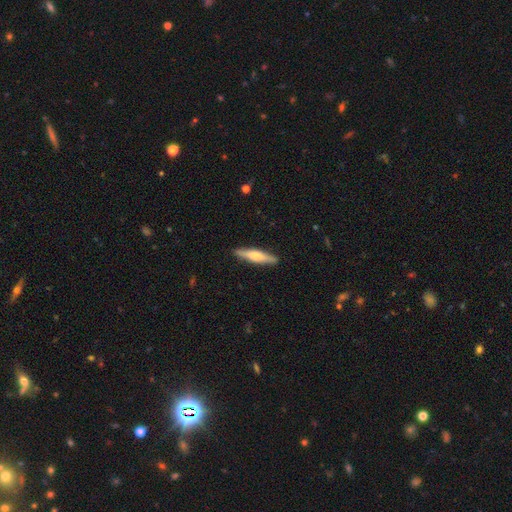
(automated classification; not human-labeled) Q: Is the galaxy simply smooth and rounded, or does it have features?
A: smooth — 50%.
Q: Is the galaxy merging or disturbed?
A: none — 90%.